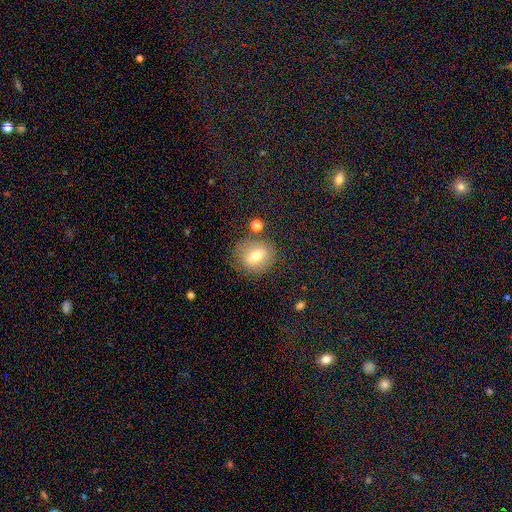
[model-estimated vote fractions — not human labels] Smooth or featured: smooth — 63% (featured or disk — 27%)
How rounded: round — 70% (in between — 28%)
Merging: none — 77% (minor disturbance — 13%)